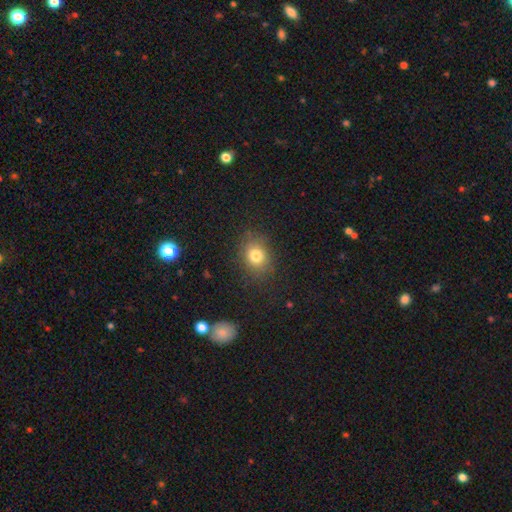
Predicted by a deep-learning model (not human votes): Morphology: type=smooth (79%); roundness=round (55%); merging=none (83%).